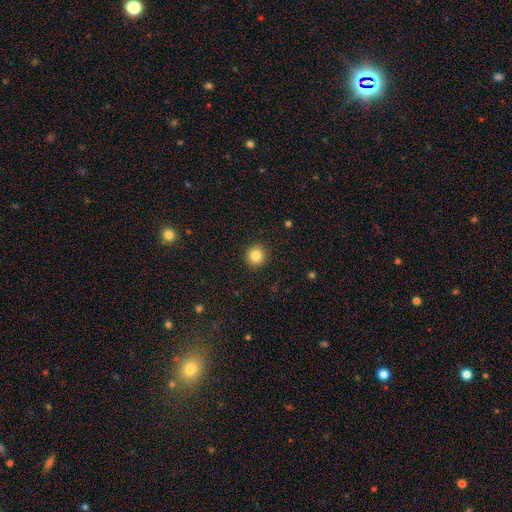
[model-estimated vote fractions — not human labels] smooth_or_featured: smooth (p=0.84) [alt: star or artifact p=0.10]
how_rounded: round (p=0.94) [alt: in between p=0.05]
merging: none (p=0.92) [alt: minor disturbance p=0.05]